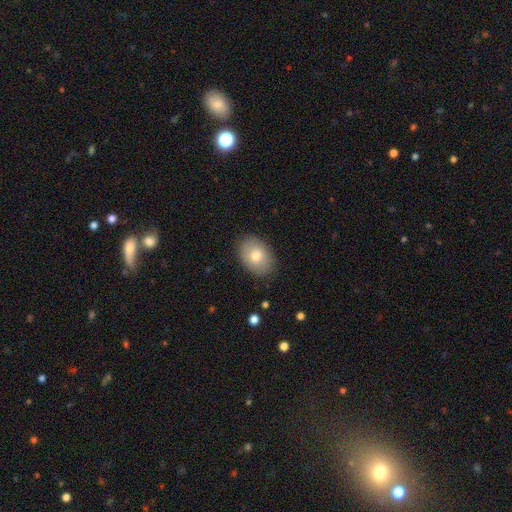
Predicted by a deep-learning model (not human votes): A smooth galaxy with no disk features (76%) that is in between round and cigar-shaped (75%). Merging: none (87%).